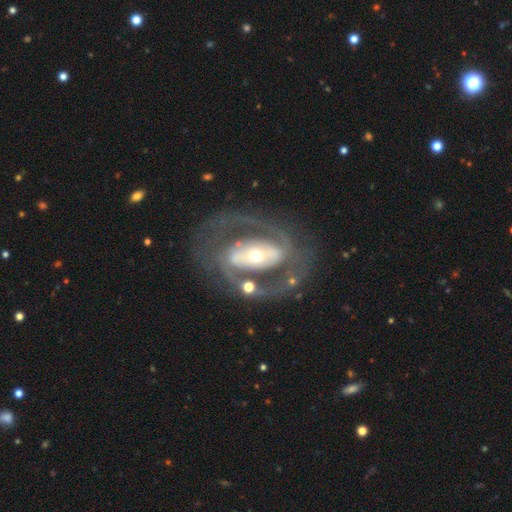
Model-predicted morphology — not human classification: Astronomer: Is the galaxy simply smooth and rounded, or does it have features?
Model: featured or disk — 86%.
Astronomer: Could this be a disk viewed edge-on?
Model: no — 96%.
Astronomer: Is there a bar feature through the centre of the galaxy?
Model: strong — 45% (runner-up: no, 29%).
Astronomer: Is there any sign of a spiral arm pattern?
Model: yes — 84%.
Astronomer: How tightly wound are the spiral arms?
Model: medium — 46% (runner-up: tight, 36%).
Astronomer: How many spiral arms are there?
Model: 2 — 84%.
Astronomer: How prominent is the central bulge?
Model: moderate — 57%.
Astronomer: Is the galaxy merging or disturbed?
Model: none — 69%.